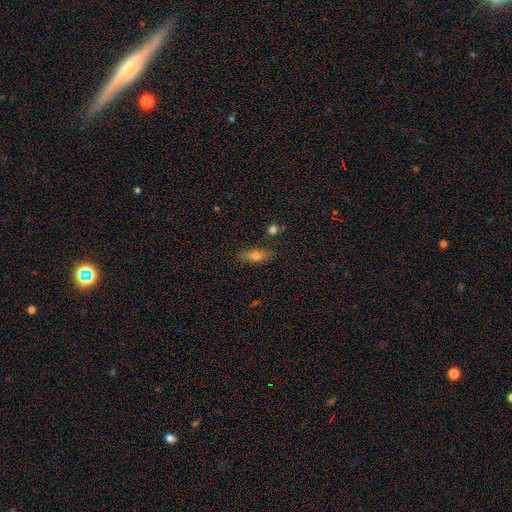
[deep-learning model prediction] smooth-or-featured: smooth: 66% | featured or disk: 25% | star or artifact: 9%
  how-rounded: in between: 57% | cigar-shaped: 38% | round: 5%
  merging: none: 83% | minor disturbance: 12% | major disturbance: 3% | merger: 3%